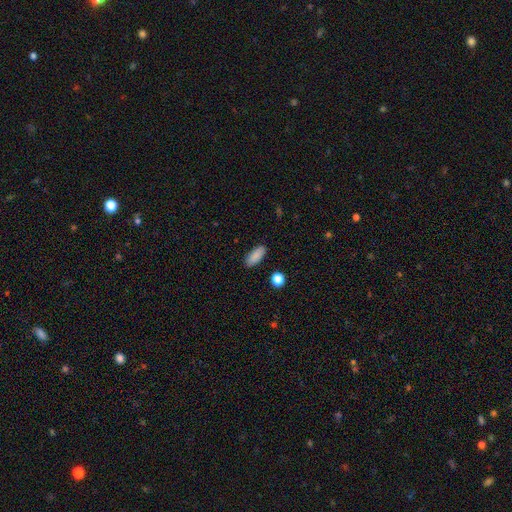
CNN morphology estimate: Smooth or featured: smooth — 88% (star or artifact — 7%)
How rounded: in between — 79% (cigar-shaped — 18%)
Merging: none — 89% (minor disturbance — 8%)